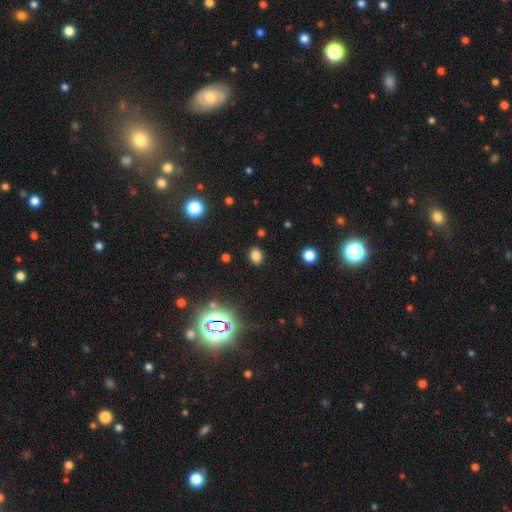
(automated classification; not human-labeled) Smooth or featured?
  - smooth: 78% *
  - star or artifact: 16%
  - featured or disk: 5%
How rounded?
  - in between: 53% *
  - round: 46%
  - cigar-shaped: 1%
Merging?
  - none: 88% *
  - minor disturbance: 8%
  - major disturbance: 3%
  - merger: 2%